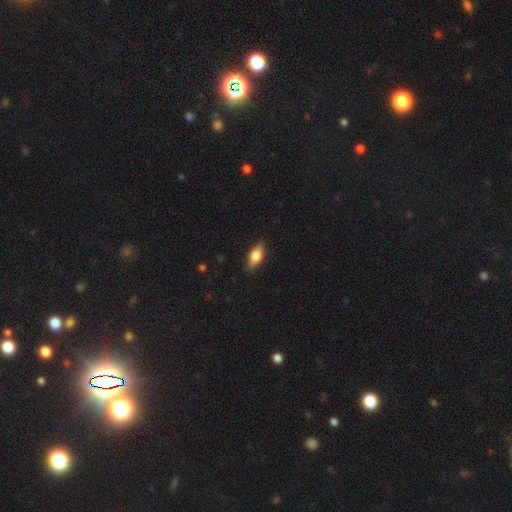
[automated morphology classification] Smooth or featured: smooth — 69% (featured or disk — 24%)
How rounded: in between — 79% (cigar-shaped — 17%)
Merging: none — 85% (minor disturbance — 11%)